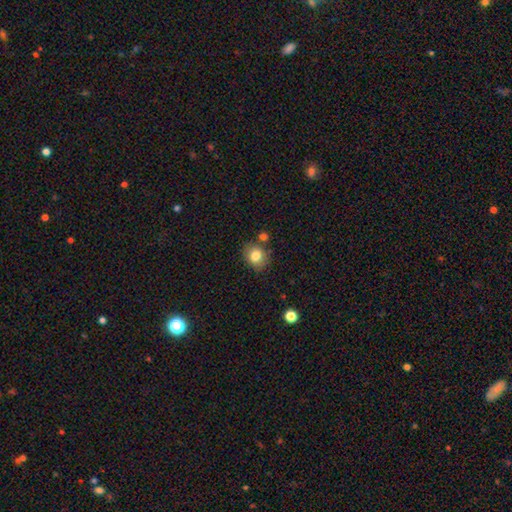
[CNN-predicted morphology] type=smooth (81%); roundness=round (72%); merging=none (74%).